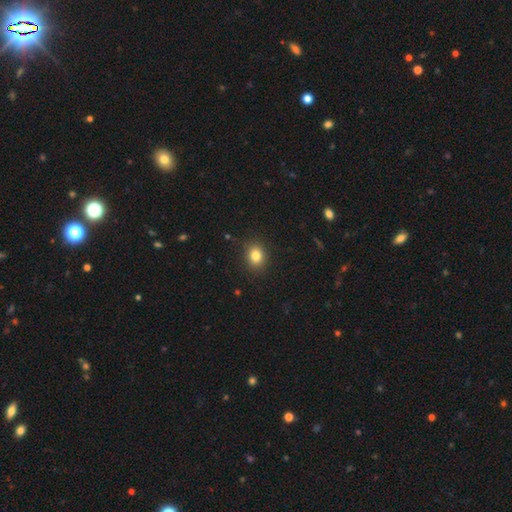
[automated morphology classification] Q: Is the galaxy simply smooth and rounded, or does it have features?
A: smooth — 83%.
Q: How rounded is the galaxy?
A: round — 55%.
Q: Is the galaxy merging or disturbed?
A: none — 87%.